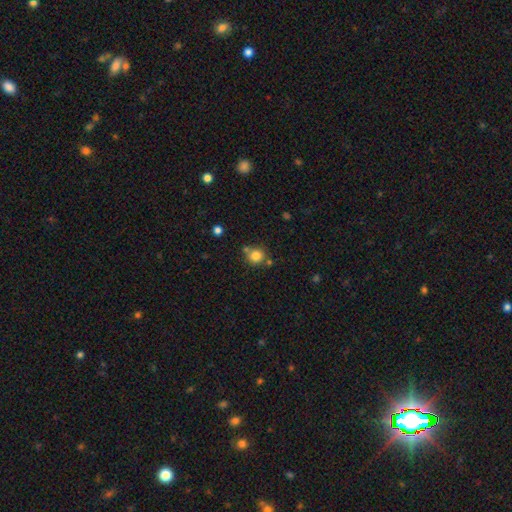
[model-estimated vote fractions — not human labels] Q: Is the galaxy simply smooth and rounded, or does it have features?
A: smooth — 81%.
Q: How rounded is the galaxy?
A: round — 90%.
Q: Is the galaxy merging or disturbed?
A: none — 69%.